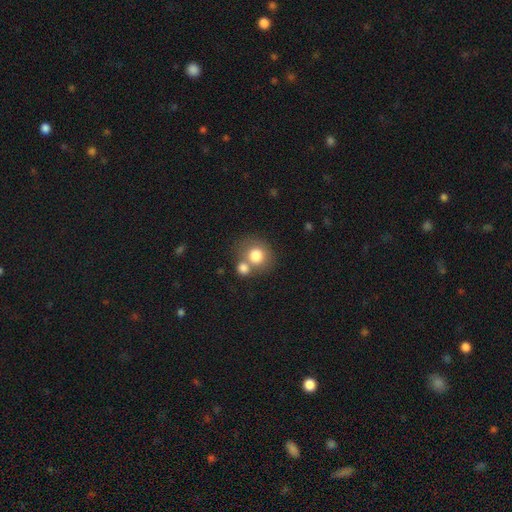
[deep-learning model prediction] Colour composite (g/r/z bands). It shows a smooth galaxy with no disk features (78%) that is round (77%). Merging: none (48%).